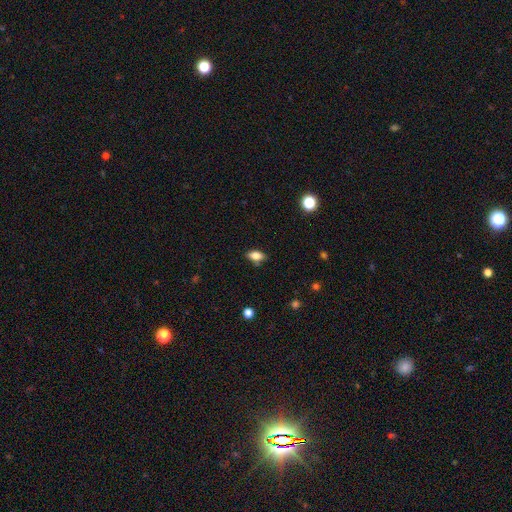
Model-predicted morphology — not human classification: Overall: smooth (79%). How rounded: in between (87%). Merging: none (81%).